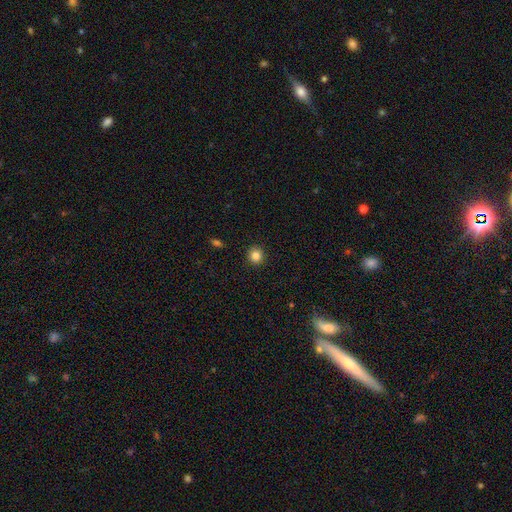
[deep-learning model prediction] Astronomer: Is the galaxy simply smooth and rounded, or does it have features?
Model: smooth — 84%.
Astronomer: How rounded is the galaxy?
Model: round — 91%.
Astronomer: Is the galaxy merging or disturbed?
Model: none — 92%.